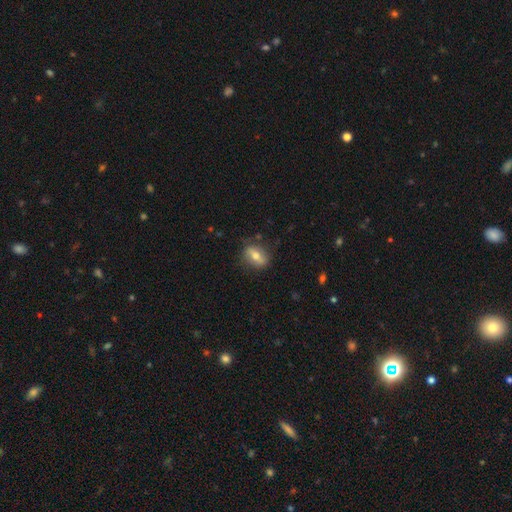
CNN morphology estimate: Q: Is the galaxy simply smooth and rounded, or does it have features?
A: smooth — 56%.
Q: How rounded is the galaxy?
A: in between — 67%.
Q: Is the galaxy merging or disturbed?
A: none — 79%.